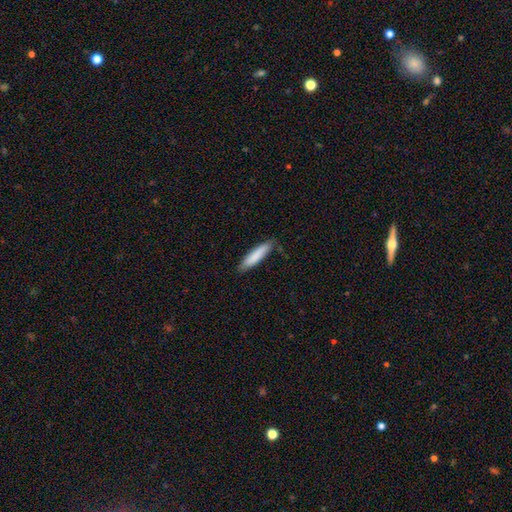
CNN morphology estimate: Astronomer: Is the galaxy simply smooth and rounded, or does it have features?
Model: smooth — 85%.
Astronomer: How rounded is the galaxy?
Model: cigar-shaped — 80%.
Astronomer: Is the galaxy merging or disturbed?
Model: none — 77%.